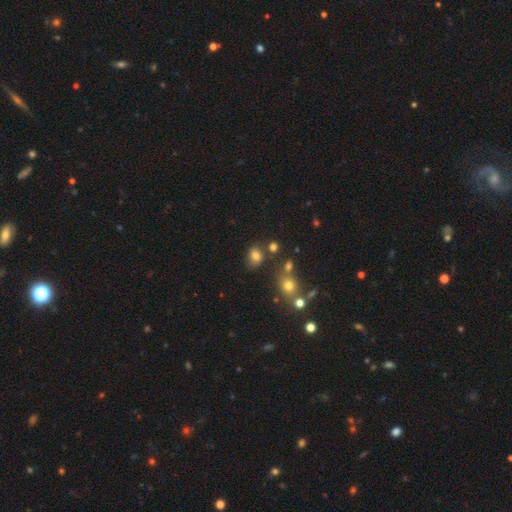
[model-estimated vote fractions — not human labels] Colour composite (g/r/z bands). It shows a smooth galaxy with no disk features (75%) that is in between round and cigar-shaped (58%). Merging: none (67%).